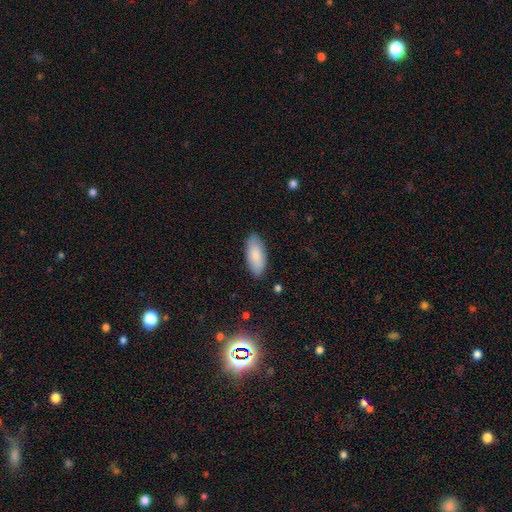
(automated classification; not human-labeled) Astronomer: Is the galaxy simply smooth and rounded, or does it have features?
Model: smooth — 85%.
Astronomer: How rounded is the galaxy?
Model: in between — 87%.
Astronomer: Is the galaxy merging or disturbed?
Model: none — 86%.